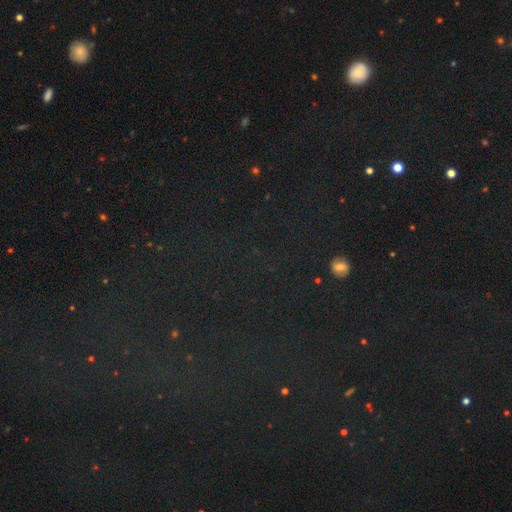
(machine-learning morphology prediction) smooth_or_featured: star or artifact (p=0.81) [alt: smooth p=0.12]